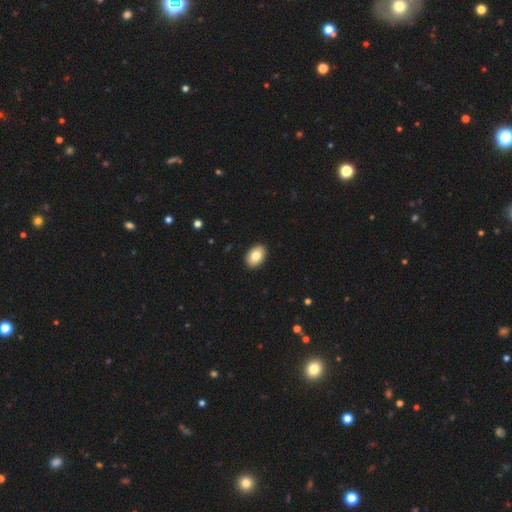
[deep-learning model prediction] Q: Smooth or featured?
A: smooth (82%); runner-up: featured or disk (11%)
Q: How rounded?
A: in between (88%); runner-up: round (11%)
Q: Merging?
A: none (91%); runner-up: minor disturbance (6%)